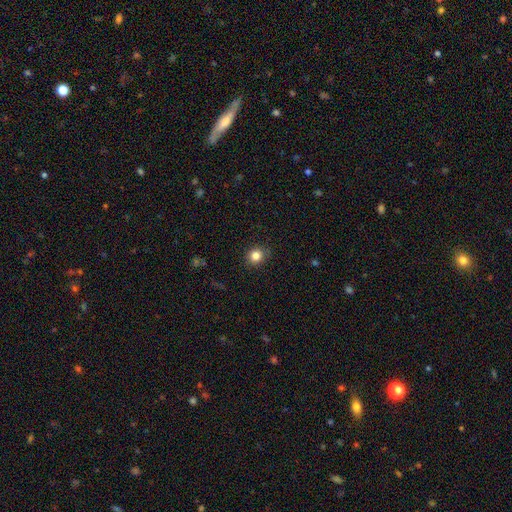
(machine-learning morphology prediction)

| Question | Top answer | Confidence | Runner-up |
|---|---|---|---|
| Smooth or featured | smooth | 83% | star or artifact (11%) |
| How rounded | round | 87% | in between (12%) |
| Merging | none | 90% | minor disturbance (7%) |